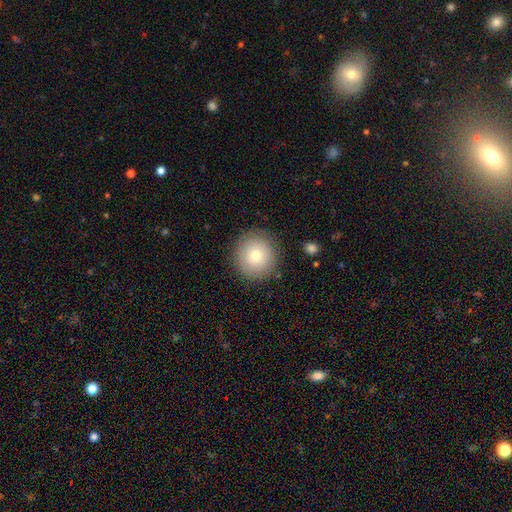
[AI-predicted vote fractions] Smooth or featured? smooth (77%)
How rounded? round (93%)
Merging? none (87%)